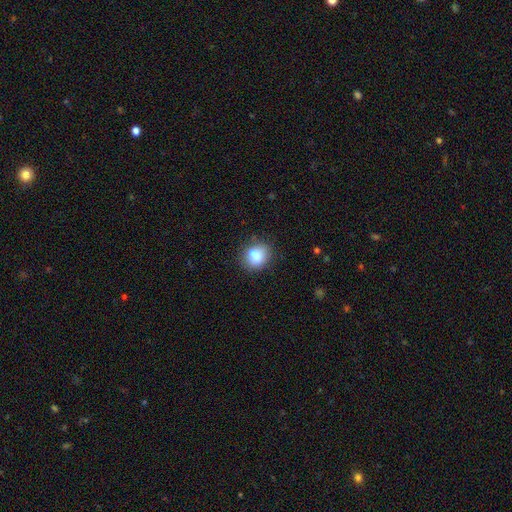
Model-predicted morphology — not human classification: smooth-or-featured: smooth: 77% | featured or disk: 13% | star or artifact: 10%
  how-rounded: round: 64% | in between: 35% | cigar-shaped: 1%
  merging: none: 62% | minor disturbance: 17% | merger: 15% | major disturbance: 5%